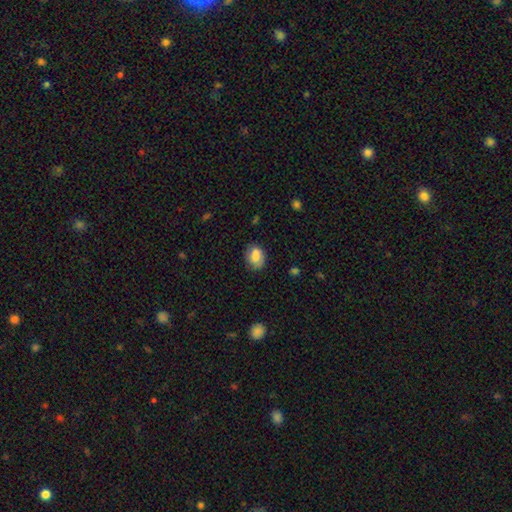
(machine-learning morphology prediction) A smooth galaxy with no disk features (81%) that is in between round and cigar-shaped (66%).

Vote fractions:
- Smooth or featured? smooth: 81% / featured or disk: 11% / star or artifact: 8%
- How rounded? in between: 66% / round: 33% / cigar-shaped: 1%
- Merging? none: 75% / minor disturbance: 19% / major disturbance: 5% / merger: 1%